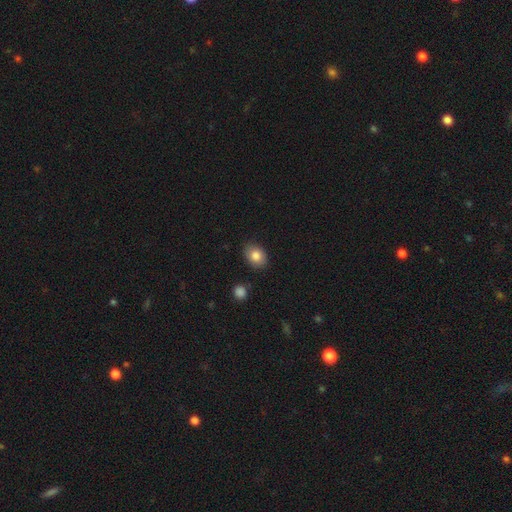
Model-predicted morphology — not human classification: smooth_or_featured: smooth (p=0.84) [alt: star or artifact p=0.08]
how_rounded: in between (p=0.68) [alt: round p=0.31]
merging: none (p=0.84) [alt: minor disturbance p=0.12]